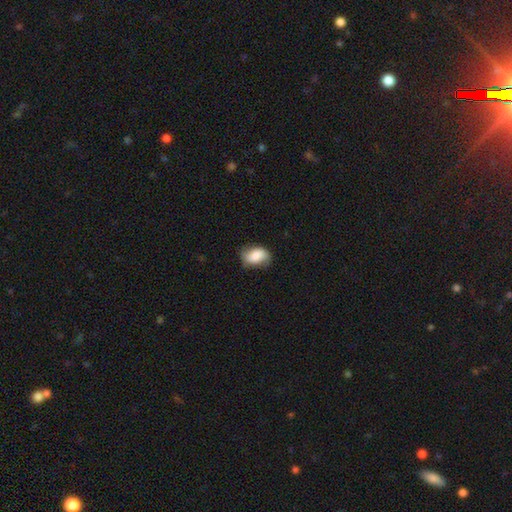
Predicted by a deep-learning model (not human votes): smooth-or-featured: smooth: 67% | featured or disk: 25% | star or artifact: 8%
  how-rounded: in between: 79% | round: 19% | cigar-shaped: 1%
  merging: none: 62% | minor disturbance: 27% | major disturbance: 9% | merger: 2%